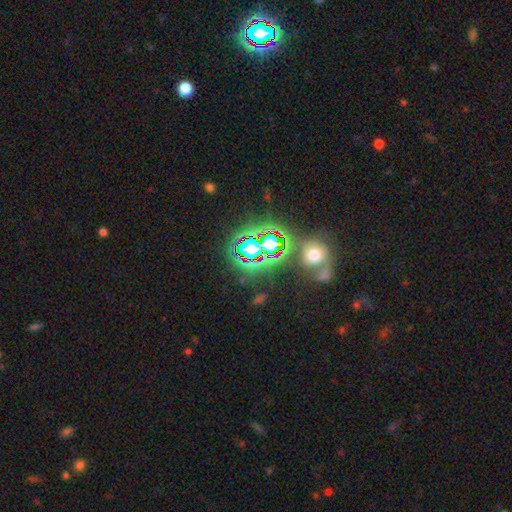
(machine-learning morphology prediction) This appears to be a star or artifact, not a galaxy (75%).